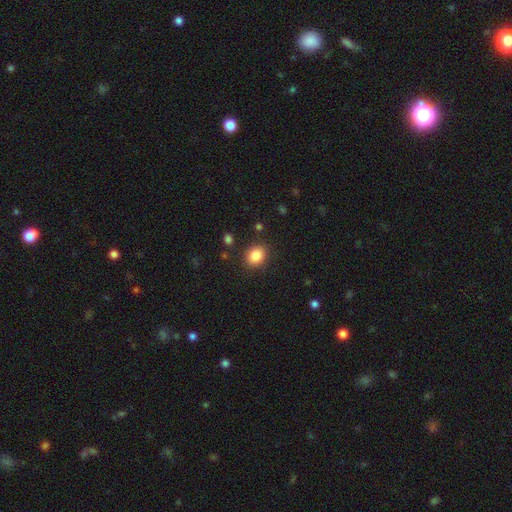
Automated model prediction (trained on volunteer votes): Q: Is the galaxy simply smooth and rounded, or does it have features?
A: smooth — 85%.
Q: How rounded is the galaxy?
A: round — 56%.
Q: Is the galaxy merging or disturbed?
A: none — 87%.